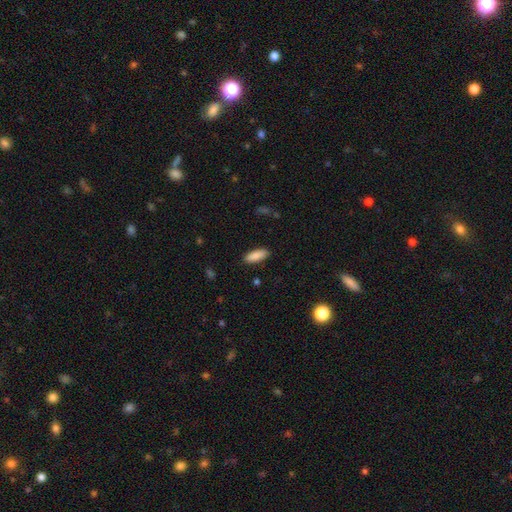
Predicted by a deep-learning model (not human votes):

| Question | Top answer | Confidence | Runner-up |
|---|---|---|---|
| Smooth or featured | smooth | 88% | star or artifact (6%) |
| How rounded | in between | 68% | cigar-shaped (31%) |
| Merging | none | 88% | minor disturbance (9%) |